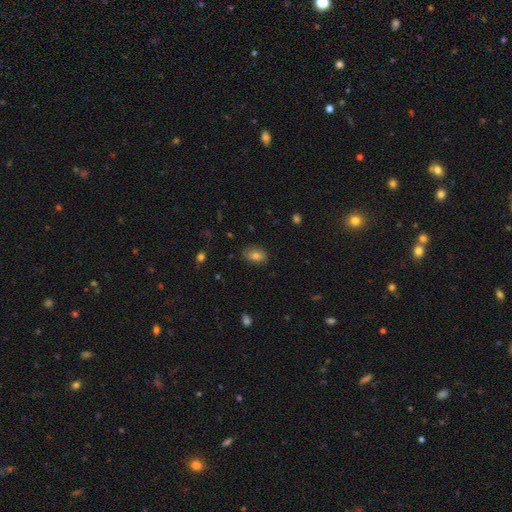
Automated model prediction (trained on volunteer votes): Morphology: type=smooth (76%); roundness=in between (87%); merging=none (82%).